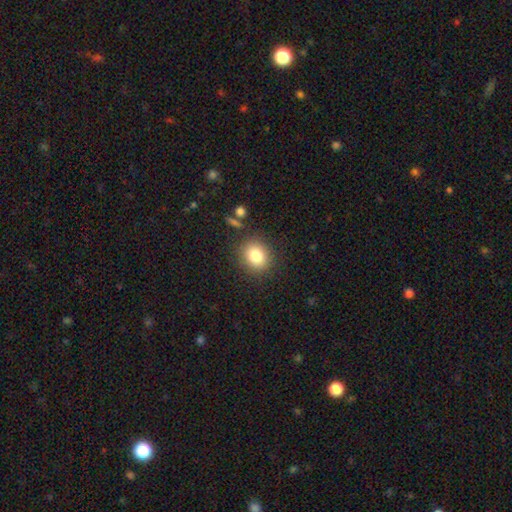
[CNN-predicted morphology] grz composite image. It shows a smooth galaxy with no disk features (82%) that is round (68%). Merging: none (85%).